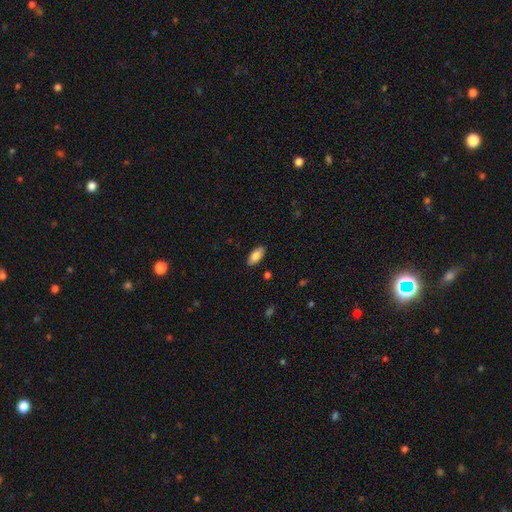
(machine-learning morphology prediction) A smooth galaxy with no disk features (85%) that is in between round and cigar-shaped (90%). Merging: none (88%).